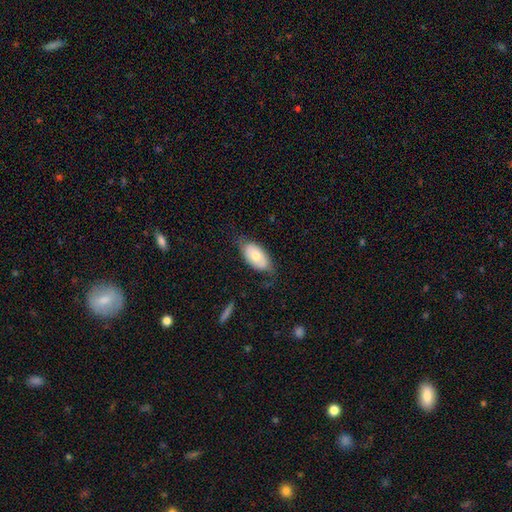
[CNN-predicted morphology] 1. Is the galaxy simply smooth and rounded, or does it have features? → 62% smooth, 32% featured or disk, 6% star or artifact.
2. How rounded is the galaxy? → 93% in between, 4% round, 3% cigar-shaped.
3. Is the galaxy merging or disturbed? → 65% none, 24% minor disturbance, 9% major disturbance, 2% merger.